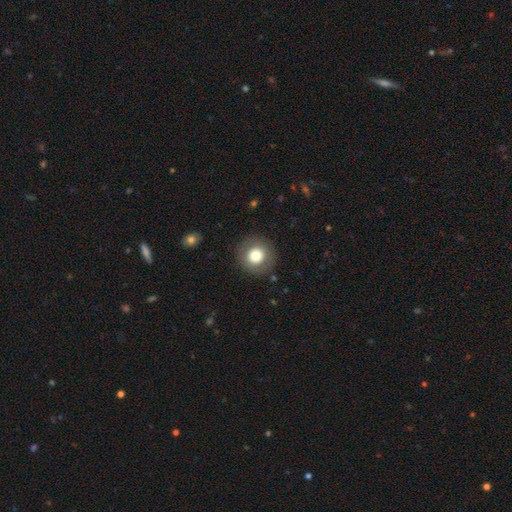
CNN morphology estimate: This appears to be a smooth galaxy with no disk features (77%) that is round (94%). Merging: none (88%).